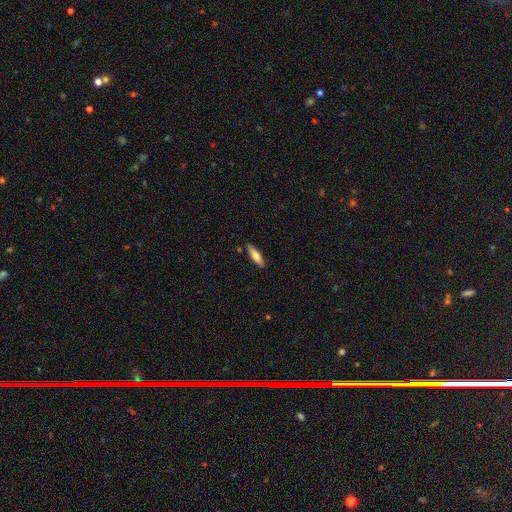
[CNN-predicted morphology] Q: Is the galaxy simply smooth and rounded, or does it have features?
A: smooth — 70%.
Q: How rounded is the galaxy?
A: cigar-shaped — 57%.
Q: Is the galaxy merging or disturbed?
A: none — 85%.